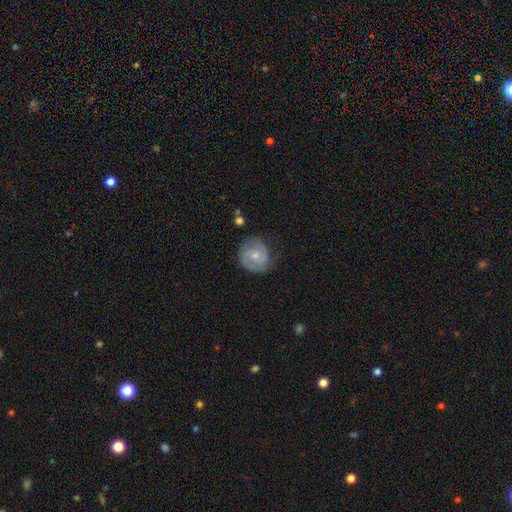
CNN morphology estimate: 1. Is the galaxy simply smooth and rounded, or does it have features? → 56% featured or disk, 38% smooth, 6% star or artifact.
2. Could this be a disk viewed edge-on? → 97% no, 3% yes.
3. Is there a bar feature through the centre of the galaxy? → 61% no, 34% weak, 6% strong.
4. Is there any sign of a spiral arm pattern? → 82% yes, 18% no.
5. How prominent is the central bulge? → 50% small, 45% moderate, 2% none, 2% large, 1% dominant.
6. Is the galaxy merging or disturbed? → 69% none, 22% minor disturbance, 7% major disturbance, 2% merger.